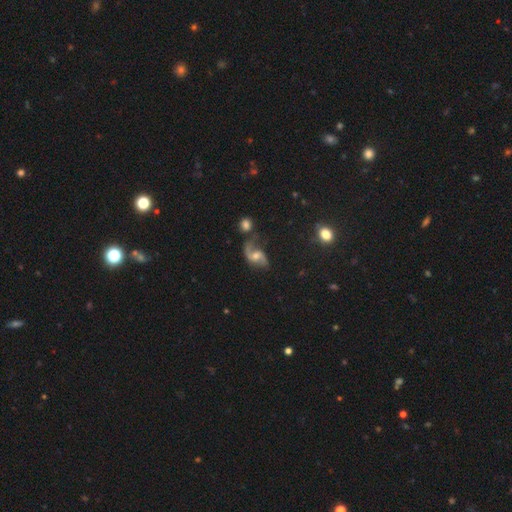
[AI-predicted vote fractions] The model was most divided on "bar": no: 49%, weak: 41%, strong: 10%. More confident: edge-on disk — no (97%); spiral arms — yes (94%); spiral arm count — 2 (87%); smooth or featured — featured or disk (81%); spiral winding — loose (69%); bulge size — moderate (57%); merging — none (52%).